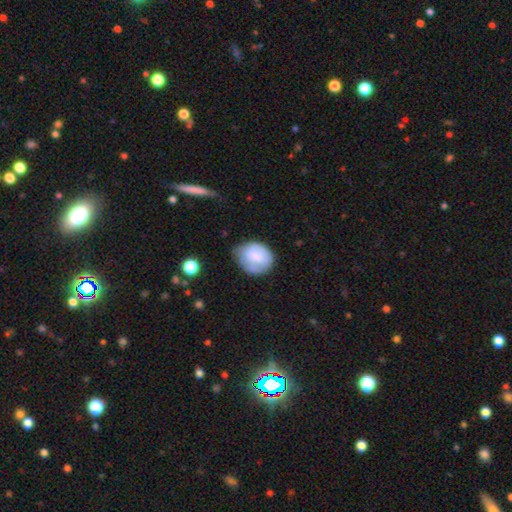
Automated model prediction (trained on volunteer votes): Smooth or featured?
  - smooth: 60% *
  - featured or disk: 33%
  - star or artifact: 7%
How rounded?
  - round: 58% *
  - in between: 41%
  - cigar-shaped: 1%
Merging?
  - none: 48% *
  - minor disturbance: 34%
  - major disturbance: 15%
  - merger: 3%